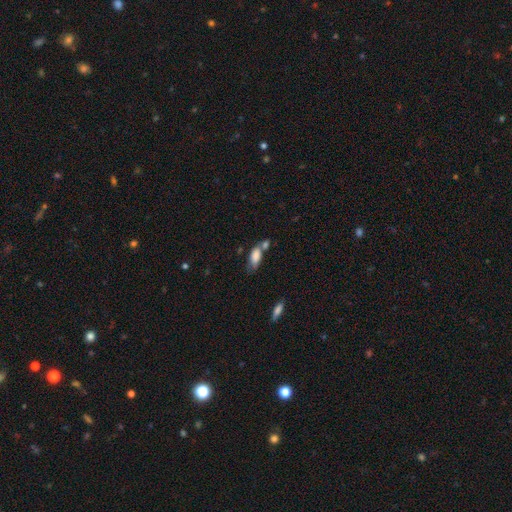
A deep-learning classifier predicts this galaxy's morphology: smooth_or_featured: smooth (p=0.80) [alt: featured or disk p=0.12]
how_rounded: in between (p=0.84) [alt: cigar-shaped p=0.12]
merging: merger (p=0.39) [alt: none p=0.33]